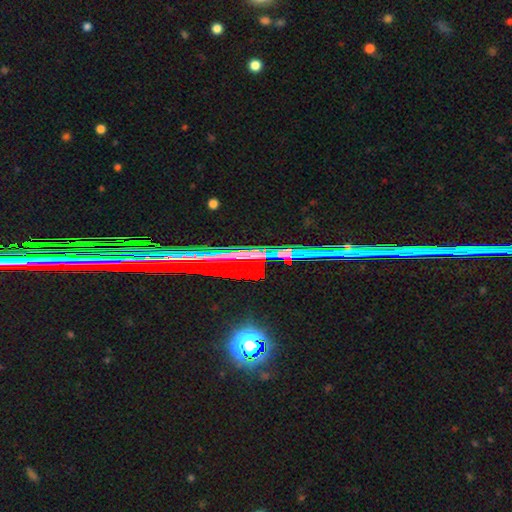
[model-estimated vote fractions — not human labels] Smooth or featured? Predicted: star or artifact (p=0.77).